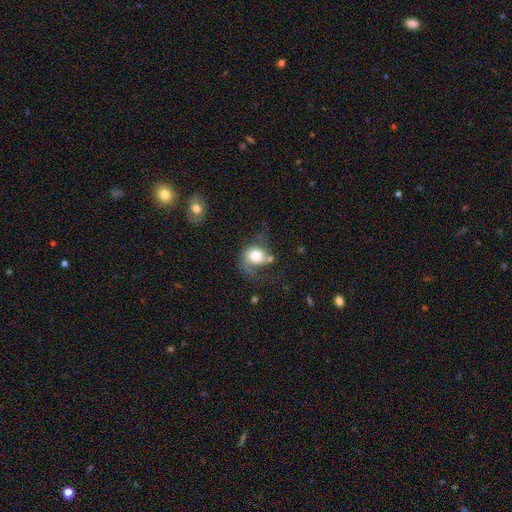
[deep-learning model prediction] smooth-or-featured: smooth: 60% | featured or disk: 31% | star or artifact: 9%
  how-rounded: round: 61% | in between: 38% | cigar-shaped: 1%
  merging: major disturbance: 35% | none: 32% | minor disturbance: 23% | merger: 9%